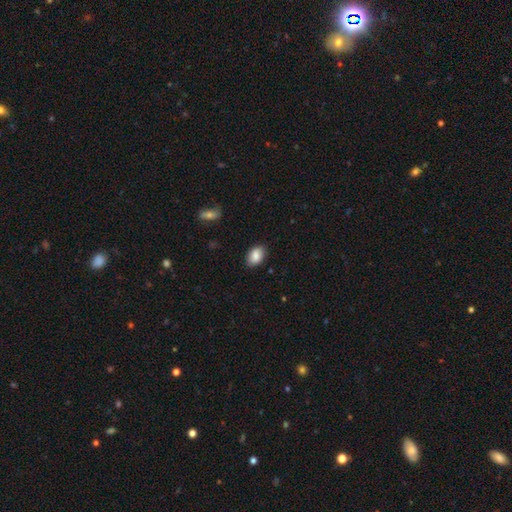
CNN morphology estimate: Smooth or featured? Predicted: smooth (p=0.86). How rounded? Predicted: in between (p=0.88). Merging? Predicted: none (p=0.86).